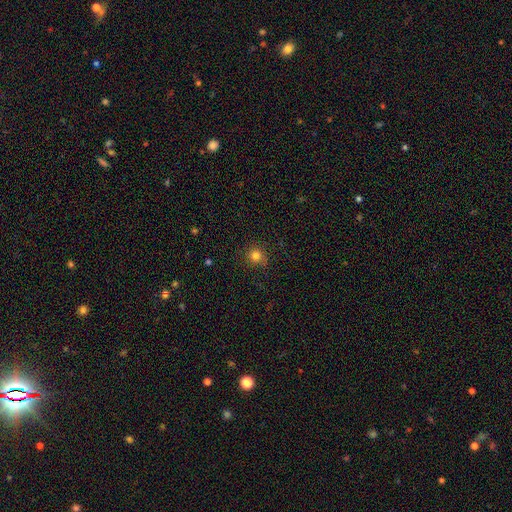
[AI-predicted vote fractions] smooth-or-featured: smooth: 80% | star or artifact: 14% | featured or disk: 6%
  how-rounded: round: 93% | in between: 6% | cigar-shaped: 1%
  merging: none: 86% | minor disturbance: 10% | major disturbance: 3% | merger: 1%